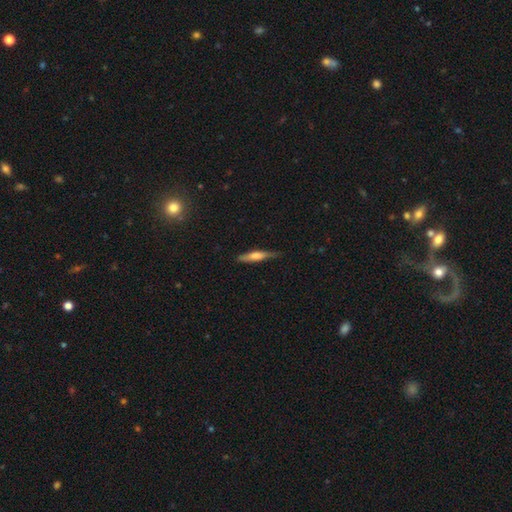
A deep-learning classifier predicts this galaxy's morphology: type=smooth (54%); roundness=cigar-shaped (86%); merging=none (79%).